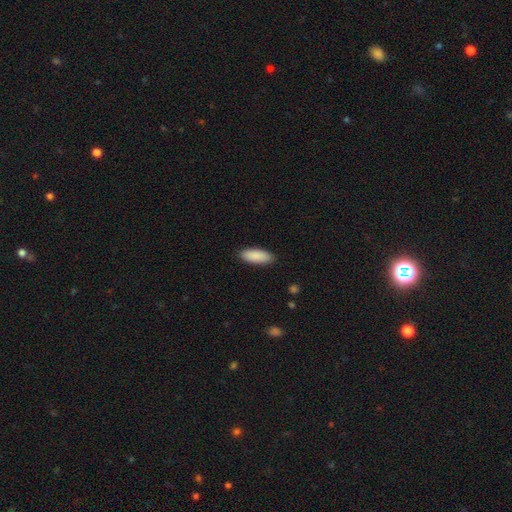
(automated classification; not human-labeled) A smooth galaxy with no disk features (90%) that is in between round and cigar-shaped (75%). Merging: none (89%).